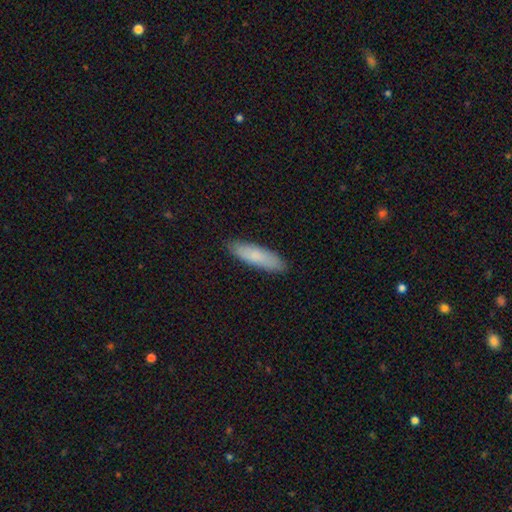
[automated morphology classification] Smooth or featured? smooth (83%)
How rounded? cigar-shaped (64%)
Merging? none (89%)